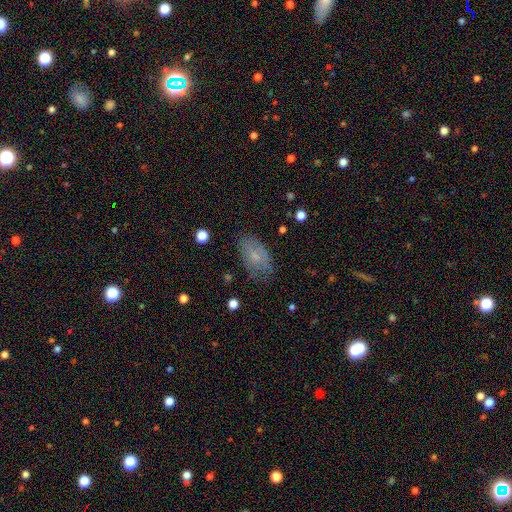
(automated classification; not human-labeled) Smooth or featured: smooth — 61% (featured or disk — 30%)
How rounded: in between — 92% (round — 6%)
Merging: none — 67% (minor disturbance — 23%)